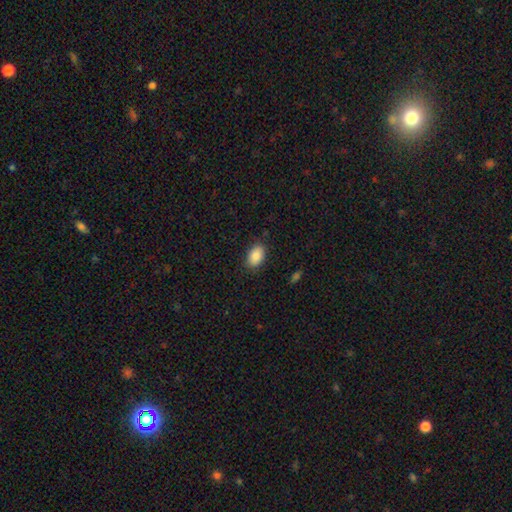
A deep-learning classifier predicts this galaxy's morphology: smooth 87%, star or artifact 7%, featured or disk 6%. Down the decision tree: how rounded — in between (88%); merging — none (85%).